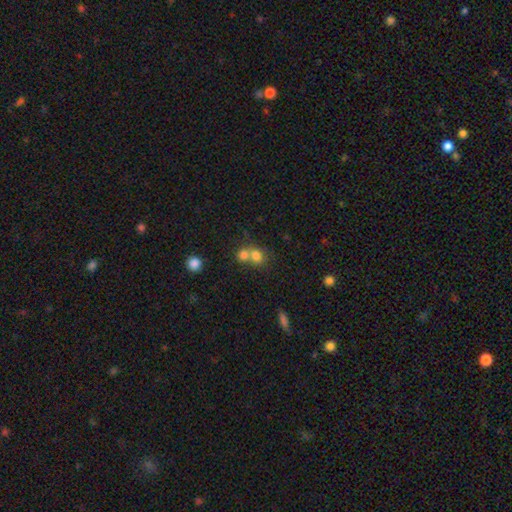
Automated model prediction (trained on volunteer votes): Overall: smooth (77%). How rounded: round (74%). Merging: merger (58%; none 33%).